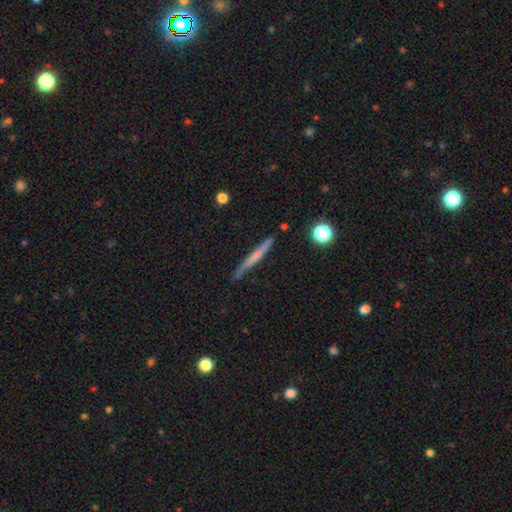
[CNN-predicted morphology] The model was most divided on "smooth or featured": smooth: 50%, featured or disk: 43%, star or artifact: 7%. More confident: how rounded — cigar-shaped (96%); merging — none (85%).